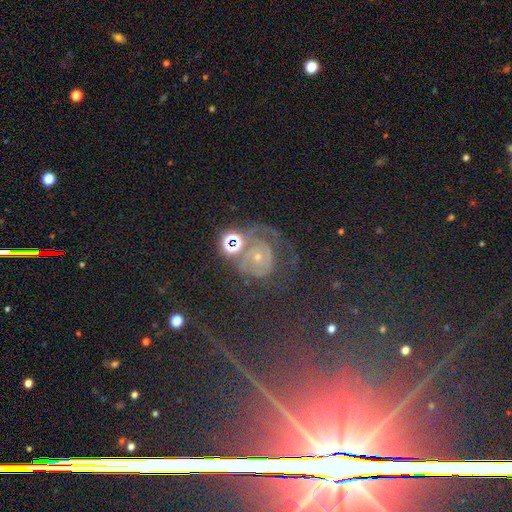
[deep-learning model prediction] Q: Smooth or featured?
A: featured or disk (44%); runner-up: star or artifact (40%)
Q: Merging?
A: none (69%); runner-up: minor disturbance (13%)